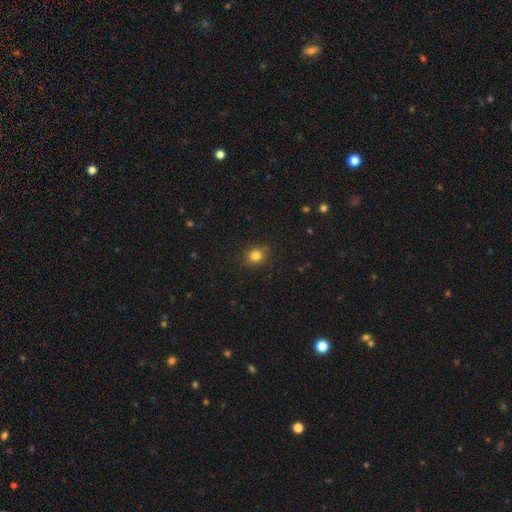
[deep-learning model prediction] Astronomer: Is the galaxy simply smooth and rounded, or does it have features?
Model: smooth — 81%.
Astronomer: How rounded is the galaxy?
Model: round — 76%.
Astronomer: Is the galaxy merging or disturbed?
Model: none — 86%.